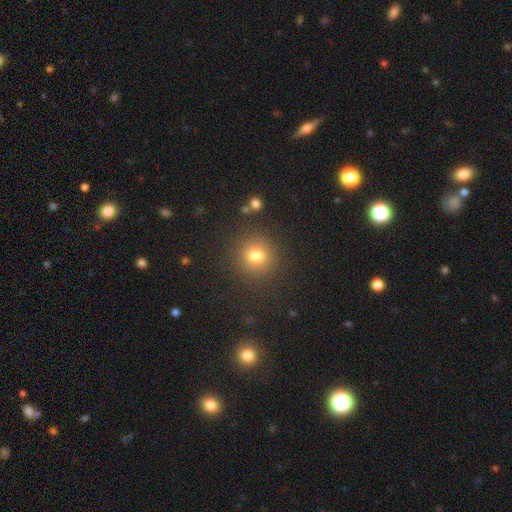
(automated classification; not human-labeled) Smooth or featured? Predicted: smooth (p=0.78). How rounded? Predicted: round (p=0.92). Merging? Predicted: none (p=0.87).